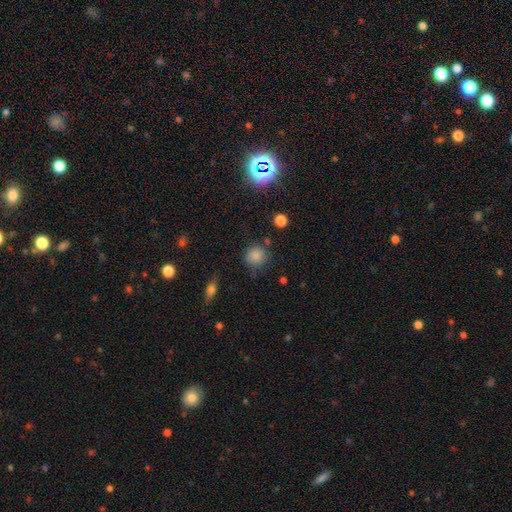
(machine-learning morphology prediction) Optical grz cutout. It shows a smooth galaxy with no disk features (82%) that is round (87%). Merging: none (78%).